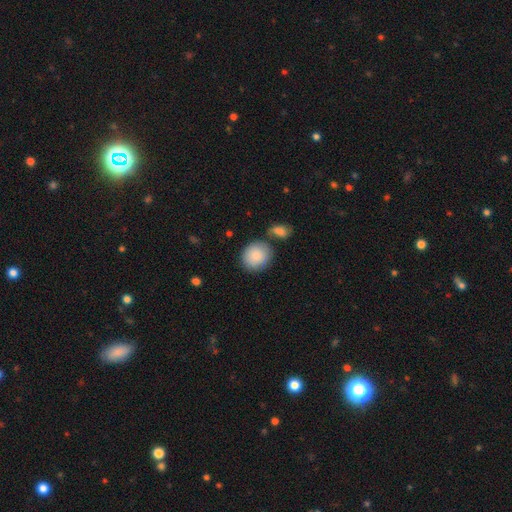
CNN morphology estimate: Overall: smooth (86%). How rounded: round (77%). Merging: none (64%).